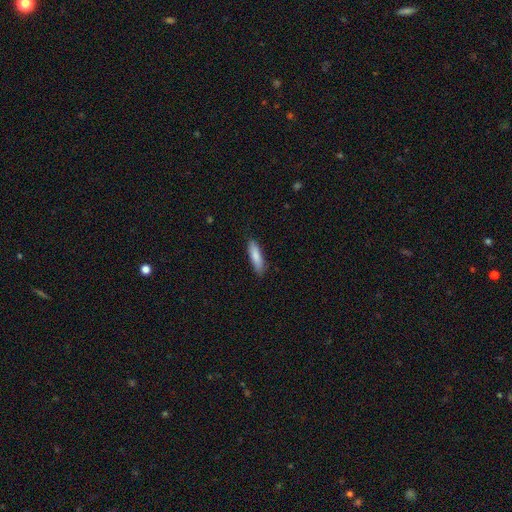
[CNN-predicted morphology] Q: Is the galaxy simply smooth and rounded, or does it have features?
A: smooth — 84%.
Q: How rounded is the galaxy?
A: cigar-shaped — 68%.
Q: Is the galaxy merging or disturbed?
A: none — 86%.